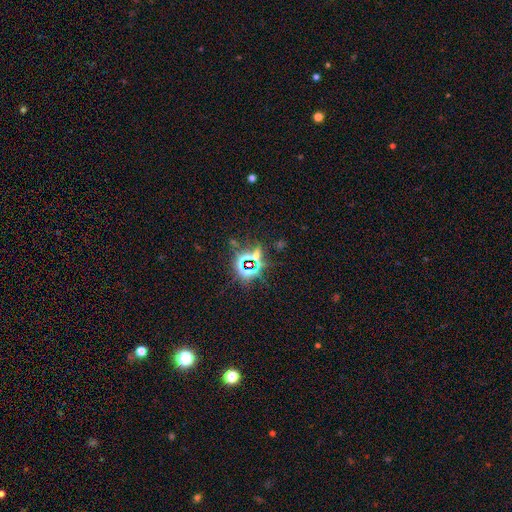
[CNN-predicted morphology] smooth_or_featured: star or artifact (p=0.78) [alt: smooth p=0.13]